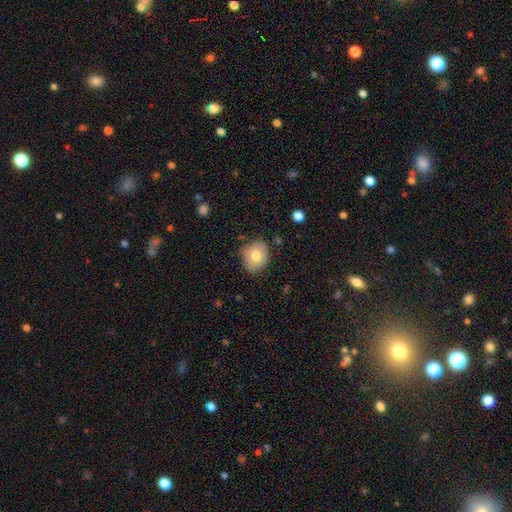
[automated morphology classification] smooth_or_featured: smooth (p=0.77) [alt: featured or disk p=0.14]
how_rounded: round (p=0.61) [alt: in between p=0.39]
merging: none (p=0.74) [alt: minor disturbance p=0.20]